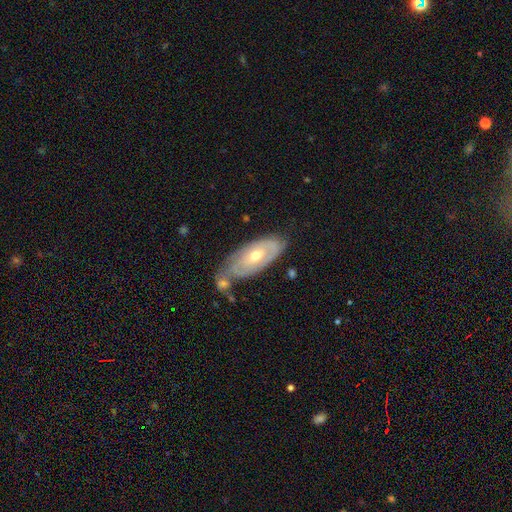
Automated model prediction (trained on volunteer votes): This is likely a featured or disk galaxy (65%). It is clearly not viewed edge-on (88%). Bar: likely no (69%). Spiral arm pattern: likely yes (65%). Central bulge: likely moderate (65%). Merging: possibly none (52%).